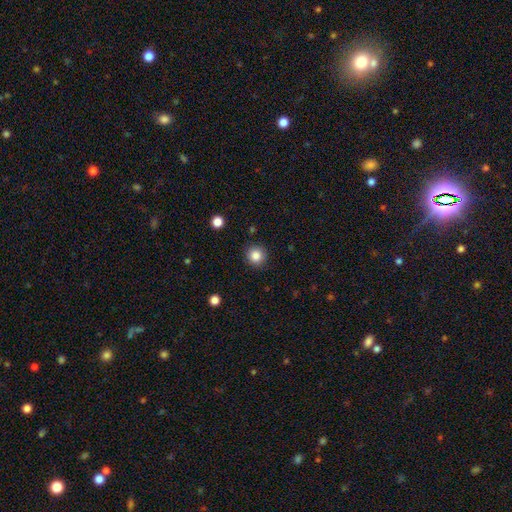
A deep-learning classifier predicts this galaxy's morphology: smooth-or-featured: smooth: 85% | star or artifact: 10% | featured or disk: 5%
  how-rounded: round: 93% | in between: 6% | cigar-shaped: 1%
  merging: none: 90% | minor disturbance: 6% | major disturbance: 2% | merger: 1%